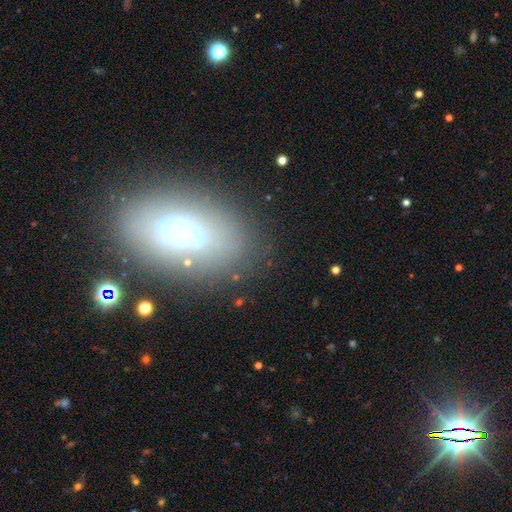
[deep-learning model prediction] This is marginally a smooth galaxy (45%). Merging: likely none (75%).